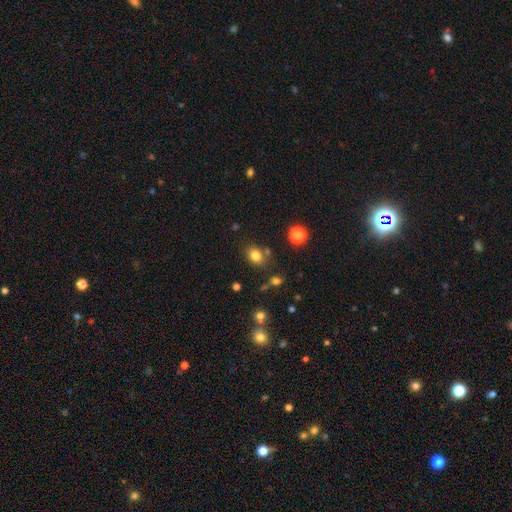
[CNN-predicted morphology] Smooth or featured? Predicted: smooth (p=0.80). How rounded? Predicted: in between (p=0.55). Merging? Predicted: none (p=0.73).